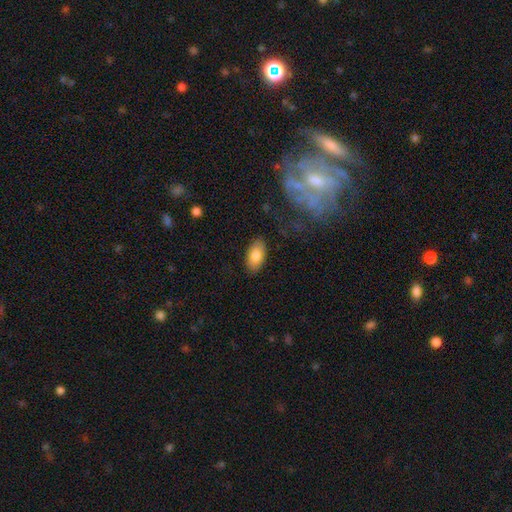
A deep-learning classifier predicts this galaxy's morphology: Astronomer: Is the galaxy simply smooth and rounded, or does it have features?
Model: smooth — 81%.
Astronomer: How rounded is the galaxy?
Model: in between — 93%.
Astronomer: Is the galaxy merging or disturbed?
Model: none — 86%.